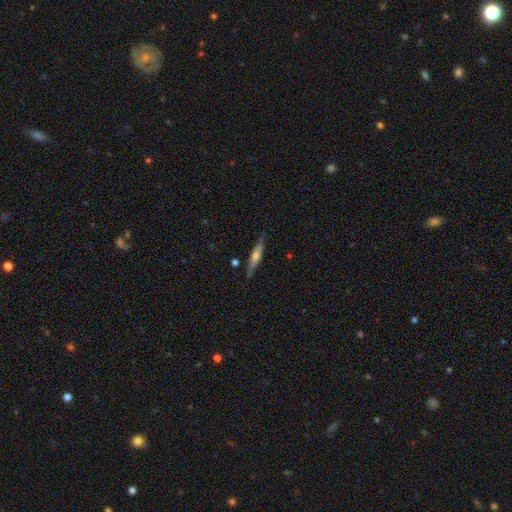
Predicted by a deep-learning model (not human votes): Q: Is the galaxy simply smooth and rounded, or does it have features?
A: featured or disk — 55%.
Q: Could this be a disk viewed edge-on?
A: yes — 93%.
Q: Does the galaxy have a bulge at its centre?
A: rounded — 71%.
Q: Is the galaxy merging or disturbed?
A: none — 85%.